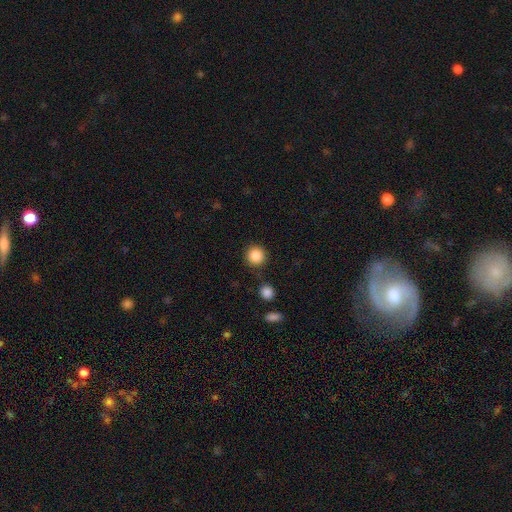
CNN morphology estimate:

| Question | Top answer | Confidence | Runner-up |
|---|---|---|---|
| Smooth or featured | smooth | 87% | star or artifact (9%) |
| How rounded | round | 94% | in between (5%) |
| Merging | none | 86% | minor disturbance (8%) |